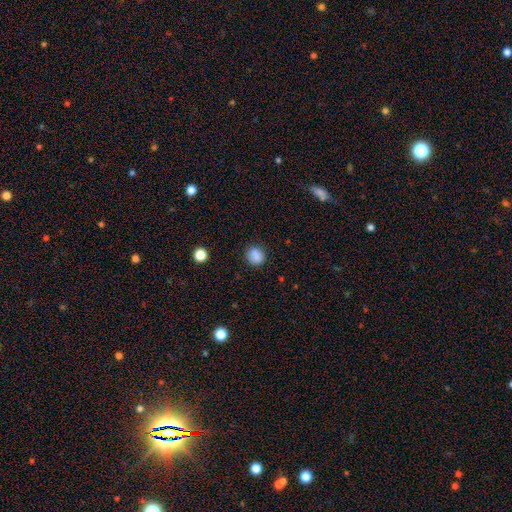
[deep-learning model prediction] smooth-or-featured: smooth: 85% | star or artifact: 10% | featured or disk: 5%
  how-rounded: round: 72% | in between: 27% | cigar-shaped: 1%
  merging: none: 83% | minor disturbance: 12% | major disturbance: 3% | merger: 2%